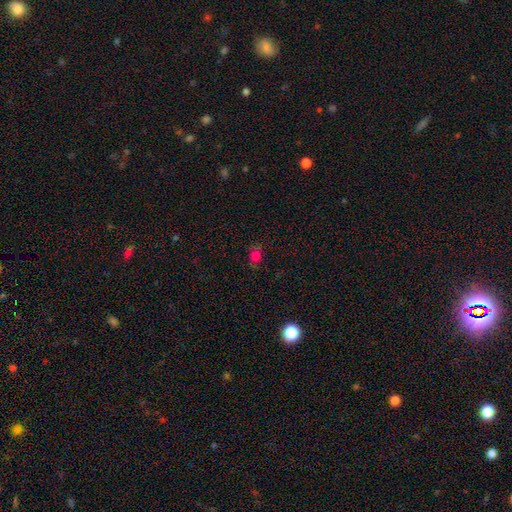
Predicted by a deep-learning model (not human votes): A smooth galaxy with no disk features (67%) that is in between round and cigar-shaped (61%). Merging: none (75%).